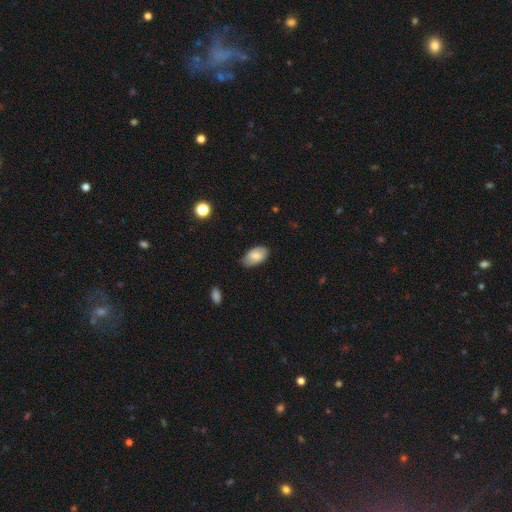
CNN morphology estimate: A smooth galaxy with no disk features (80%) that is in between round and cigar-shaped (95%). Merging: none (79%).